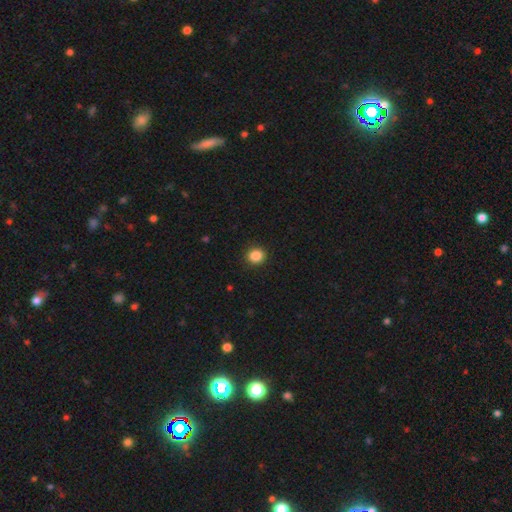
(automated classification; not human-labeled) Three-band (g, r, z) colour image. It shows a smooth galaxy with no disk features (87%) that is round (83%). Merging: none (91%).